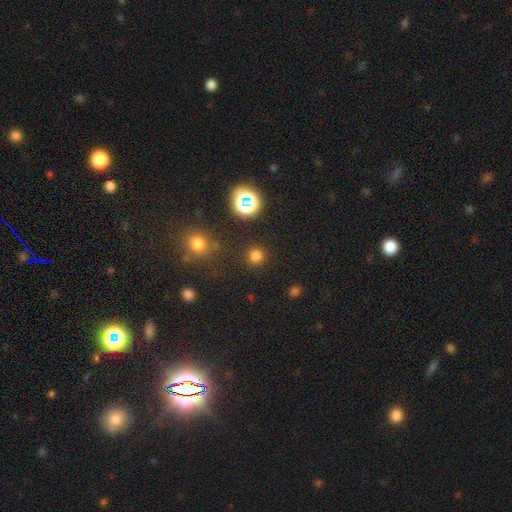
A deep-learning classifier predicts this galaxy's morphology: Overall: smooth (75%). How rounded: round (94%). Merging: none (88%).